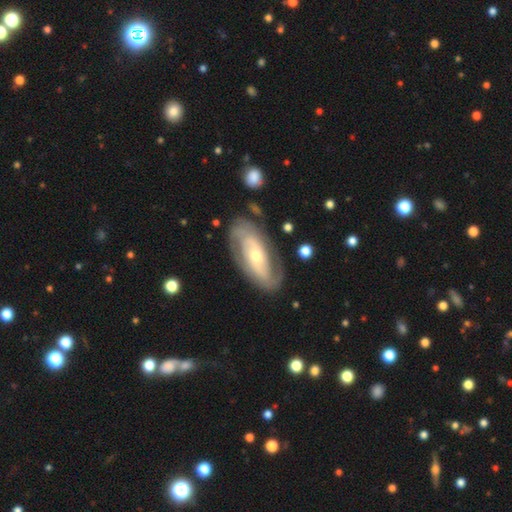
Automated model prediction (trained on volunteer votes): Smooth or featured?
  - featured or disk: 80% *
  - smooth: 15%
  - star or artifact: 5%
Edge-on disk?
  - no: 92% *
  - yes: 8%
Bar?
  - no: 54% *
  - weak: 28%
  - strong: 18%
Spiral arms?
  - yes: 86% *
  - no: 14%
Spiral winding?
  - tight: 49% *
  - medium: 35%
  - loose: 16%
Spiral arm count?
  - 2: 69% *
  - can't tell: 19%
  - 3: 4%
  - 1: 3%
  - 4: 2%
  - more than 4: 2%
Bulge size?
  - moderate: 51% *
  - small: 44%
  - large: 4%
  - none: 1%
  - dominant: 1%
Merging?
  - none: 77% *
  - minor disturbance: 15%
  - major disturbance: 6%
  - merger: 2%